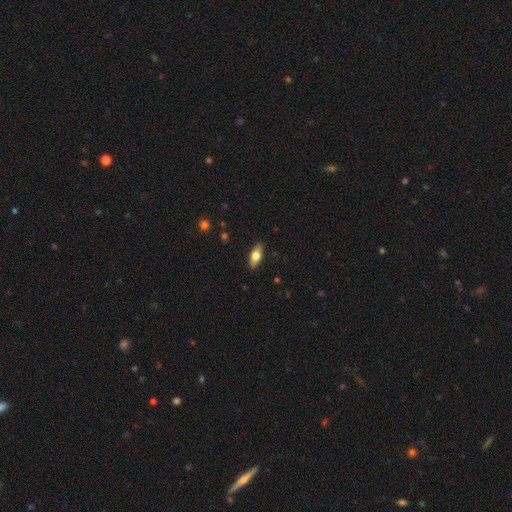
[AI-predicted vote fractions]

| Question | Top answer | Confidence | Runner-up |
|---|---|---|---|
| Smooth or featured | smooth | 69% | featured or disk (25%) |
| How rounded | in between | 82% | cigar-shaped (15%) |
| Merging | none | 89% | minor disturbance (9%) |